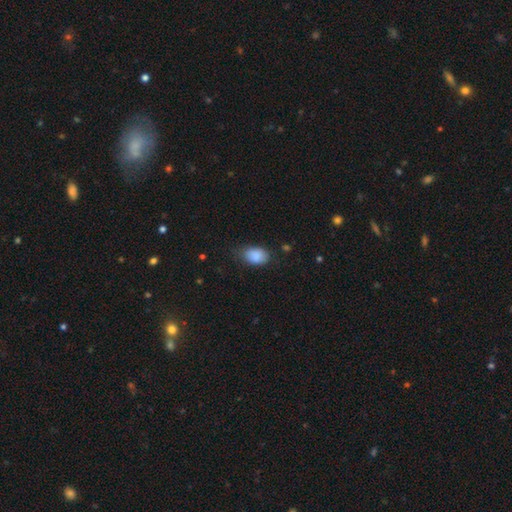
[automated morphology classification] smooth 87%, star or artifact 7%, featured or disk 5%. Down the decision tree: how rounded — in between (84%); merging — none (65%).